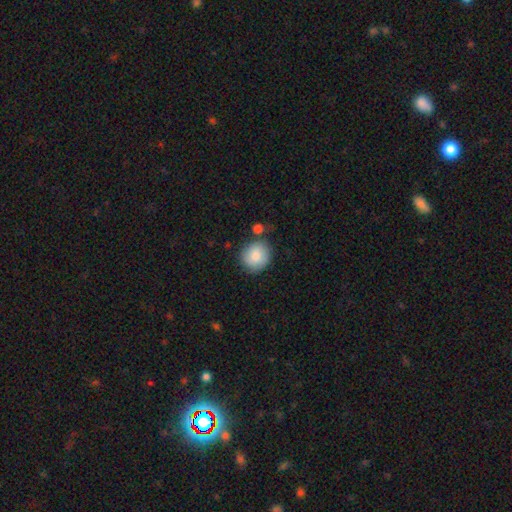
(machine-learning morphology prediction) Smooth or featured: smooth — 85% (featured or disk — 9%)
How rounded: round — 86% (in between — 13%)
Merging: none — 72% (minor disturbance — 15%)